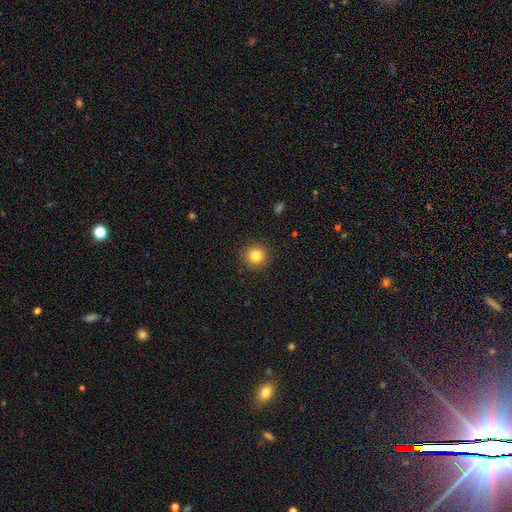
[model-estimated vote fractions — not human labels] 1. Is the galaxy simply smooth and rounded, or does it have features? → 82% smooth, 11% star or artifact, 7% featured or disk.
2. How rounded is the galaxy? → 95% round, 5% in between, 1% cigar-shaped.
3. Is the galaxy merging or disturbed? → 92% none, 6% minor disturbance, 2% major disturbance, 1% merger.